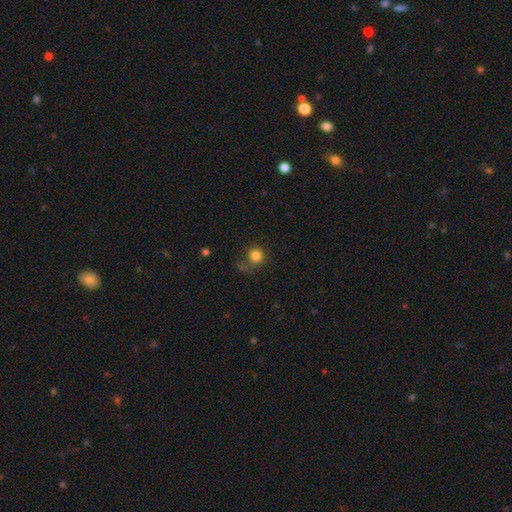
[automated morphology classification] type=smooth (81%); roundness=round (89%); merging=none (54%).